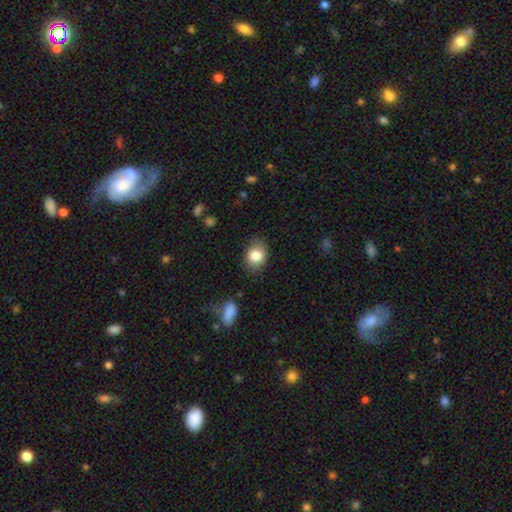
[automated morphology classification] This is clearly a smooth galaxy (82%). How rounded: possibly in between (59%). Merging: likely none (77%).